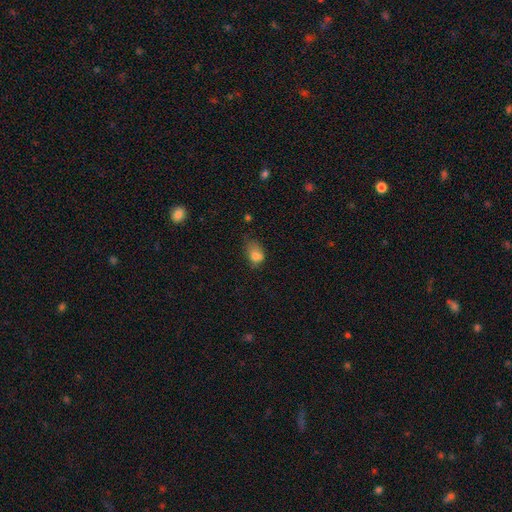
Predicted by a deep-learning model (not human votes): Smooth or featured? smooth (76%)
How rounded? in between (73%)
Merging? minor disturbance (36%)